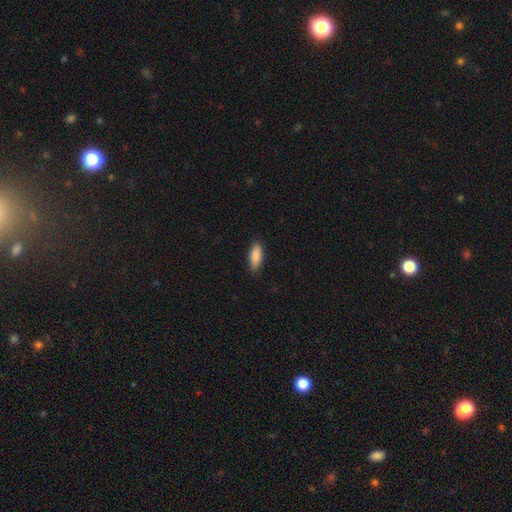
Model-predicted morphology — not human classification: Overall: smooth (88%). How rounded: in between (77%). Merging: none (87%).